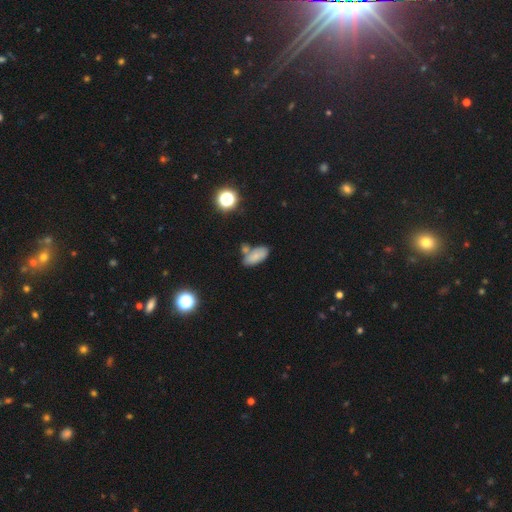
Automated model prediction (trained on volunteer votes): Morphology: type=smooth (74%); roundness=in between (87%); merging=none (53%).